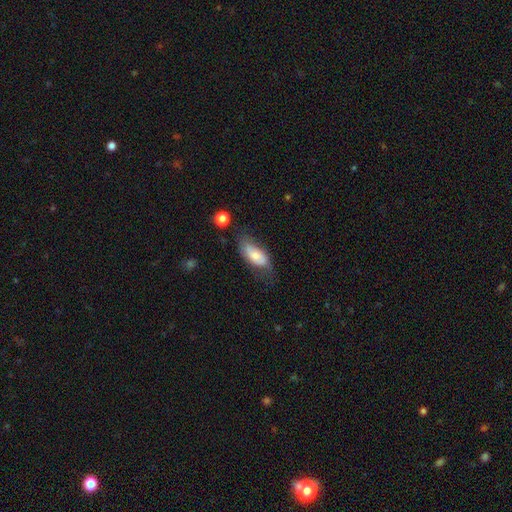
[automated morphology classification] Smooth or featured?
  - smooth: 63% *
  - featured or disk: 30%
  - star or artifact: 7%
How rounded?
  - in between: 87% *
  - cigar-shaped: 10%
  - round: 3%
Merging?
  - none: 52% *
  - minor disturbance: 31%
  - major disturbance: 14%
  - merger: 3%